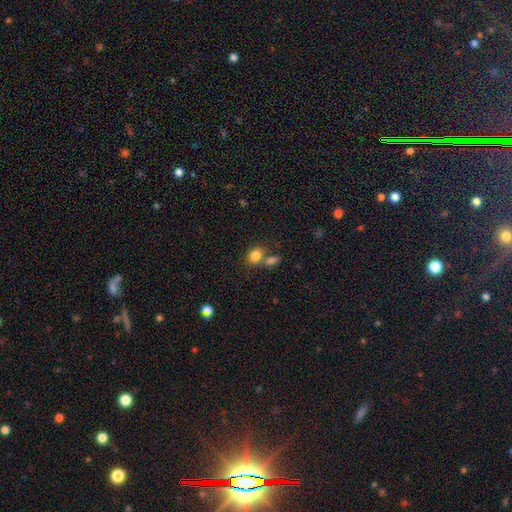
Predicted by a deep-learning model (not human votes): Overall: smooth (83%). How rounded: in between (63%; round 36%). Merging: none (51%; merger 34%).